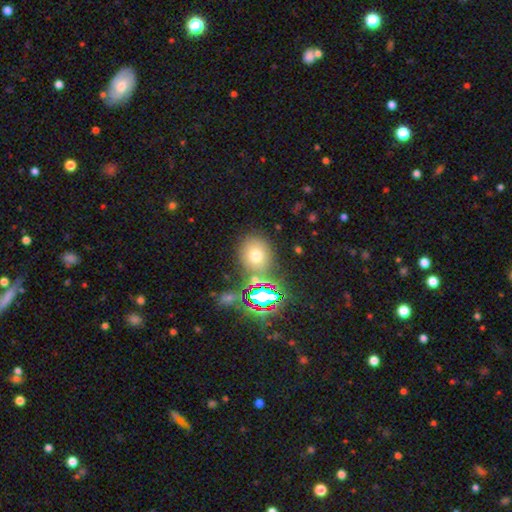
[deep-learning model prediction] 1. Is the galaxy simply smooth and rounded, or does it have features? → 64% smooth, 24% star or artifact, 12% featured or disk.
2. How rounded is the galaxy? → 65% round, 34% in between, 1% cigar-shaped.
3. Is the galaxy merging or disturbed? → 71% none, 12% merger, 12% minor disturbance, 5% major disturbance.